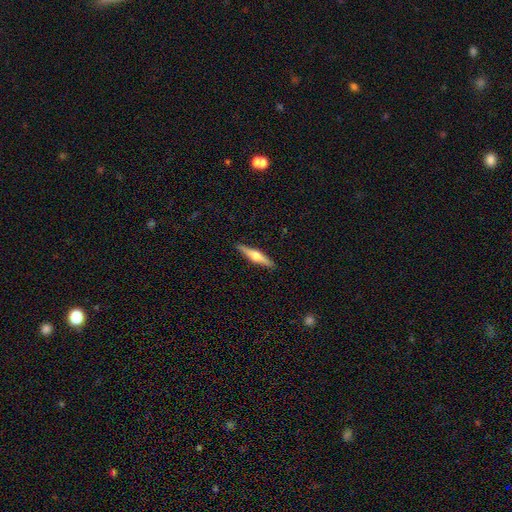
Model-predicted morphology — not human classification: Smooth or featured: featured or disk — 58% (smooth — 37%)
Edge-on disk: yes — 96% (no — 4%)
Edge-on bulge: rounded — 92% (boxy — 4%)
Merging: none — 91% (minor disturbance — 7%)